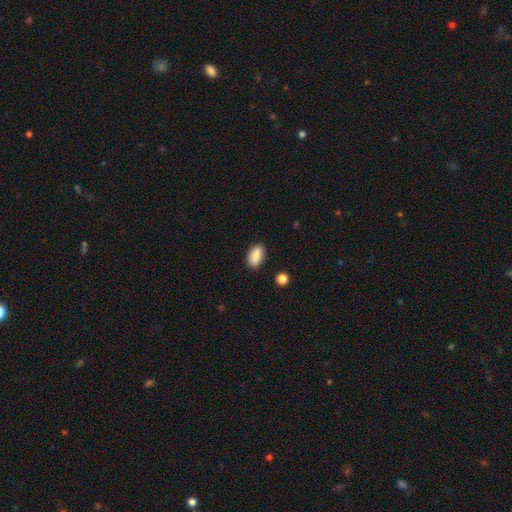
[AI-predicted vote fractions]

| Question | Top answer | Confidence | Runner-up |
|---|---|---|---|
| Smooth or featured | smooth | 87% | star or artifact (7%) |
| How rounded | in between | 91% | round (5%) |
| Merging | none | 88% | minor disturbance (9%) |